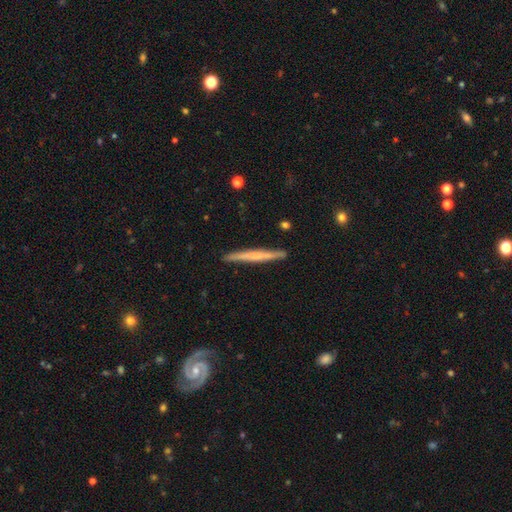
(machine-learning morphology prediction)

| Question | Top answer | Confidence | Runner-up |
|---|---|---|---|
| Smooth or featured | featured or disk | 52% | smooth (42%) |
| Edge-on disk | yes | 96% | no (4%) |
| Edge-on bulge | none | 72% | rounded (19%) |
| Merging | none | 89% | minor disturbance (8%) |